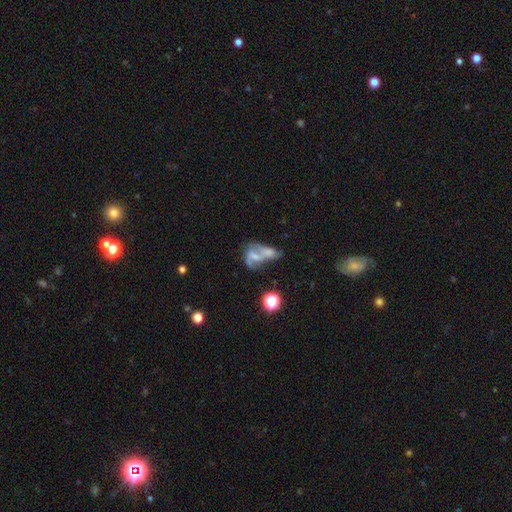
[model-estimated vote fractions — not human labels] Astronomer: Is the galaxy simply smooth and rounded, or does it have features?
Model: featured or disk — 49% (runner-up: smooth, 37%).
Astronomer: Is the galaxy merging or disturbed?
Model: merger — 62%.